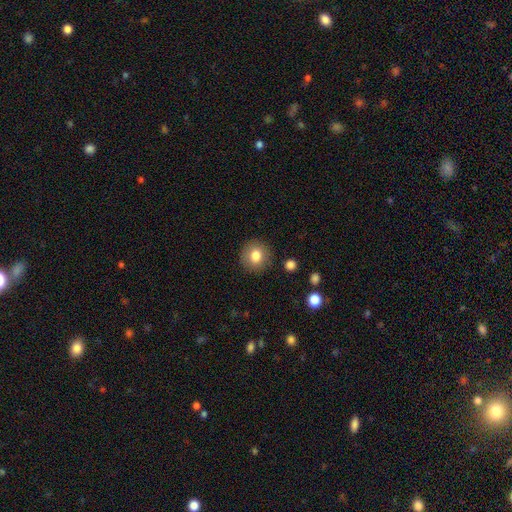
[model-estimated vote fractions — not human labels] Q: Smooth or featured?
A: smooth (81%); runner-up: featured or disk (10%)
Q: How rounded?
A: round (88%); runner-up: in between (11%)
Q: Merging?
A: none (89%); runner-up: minor disturbance (8%)